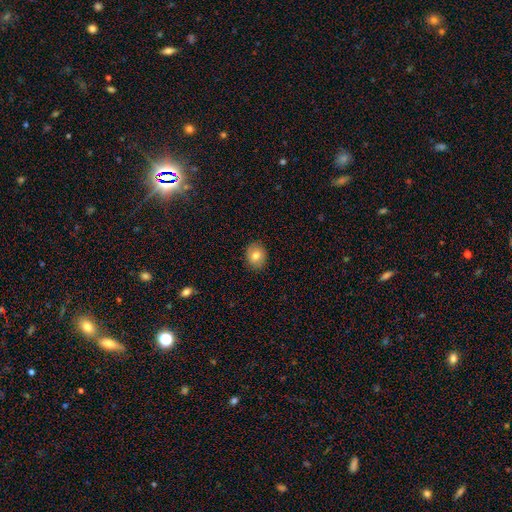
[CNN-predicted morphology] type=smooth (77%); roundness=round (67%); merging=none (89%).